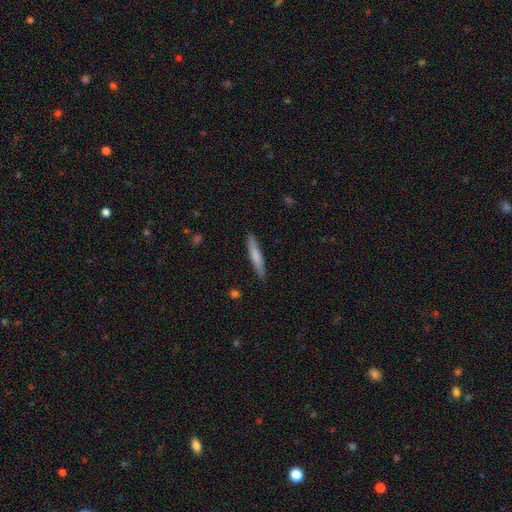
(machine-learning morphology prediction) smooth 73%, featured or disk 22%, star or artifact 5%. Down the decision tree: how rounded — cigar-shaped (90%); merging — none (87%).